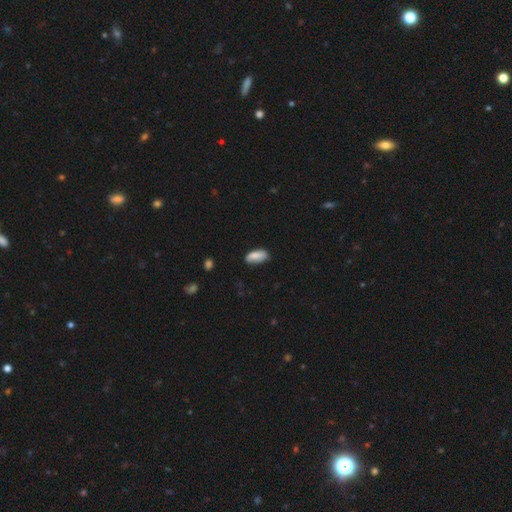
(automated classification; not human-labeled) smooth_or_featured: smooth (p=0.84) [alt: featured or disk p=0.09]
how_rounded: in between (p=0.87) [alt: cigar-shaped p=0.11]
merging: none (p=0.74) [alt: minor disturbance p=0.20]